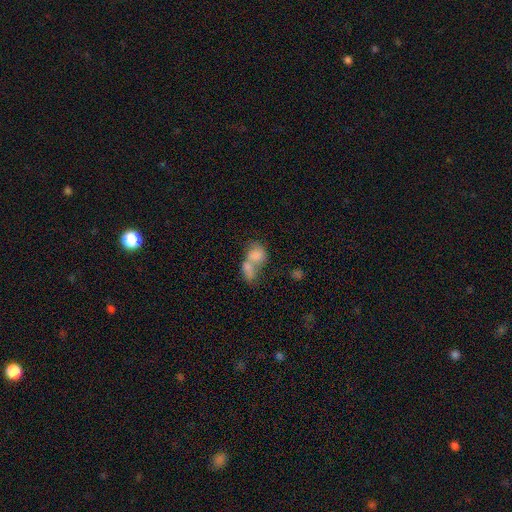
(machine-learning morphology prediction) This appears to be a smooth galaxy with no disk features (72%) that is in between round and cigar-shaped (64%). Merging: merger (76%).